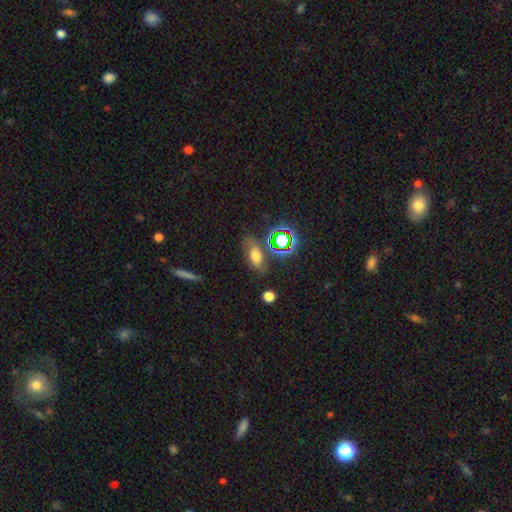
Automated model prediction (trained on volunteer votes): smooth_or_featured: smooth (p=0.59) [alt: star or artifact p=0.23]
how_rounded: in between (p=0.74) [alt: cigar-shaped p=0.16]
merging: none (p=0.70) [alt: minor disturbance p=0.18]